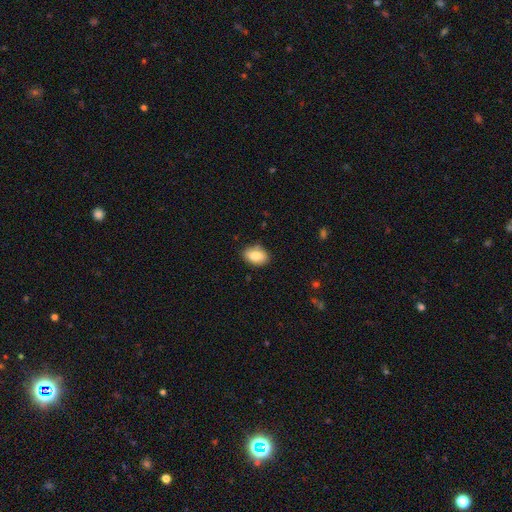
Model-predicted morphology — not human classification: smooth 85%, featured or disk 8%, star or artifact 7%. Down the decision tree: how rounded — in between (88%); merging — none (81%).